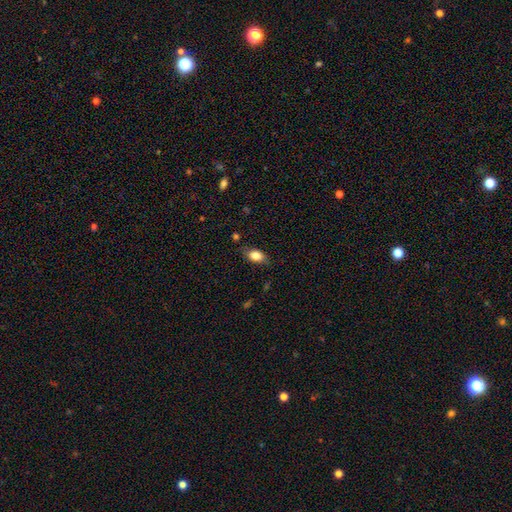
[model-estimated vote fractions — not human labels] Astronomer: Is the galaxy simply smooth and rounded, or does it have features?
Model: smooth — 81%.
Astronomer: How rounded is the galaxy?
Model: in between — 86%.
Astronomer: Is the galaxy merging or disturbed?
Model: none — 79%.